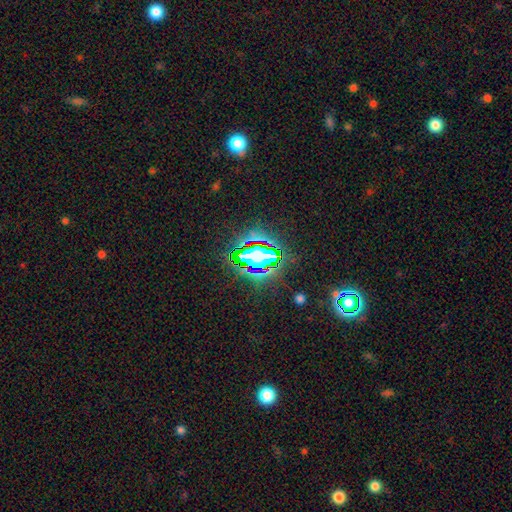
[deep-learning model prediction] star or artifact 67%, smooth 20%, featured or disk 13%.